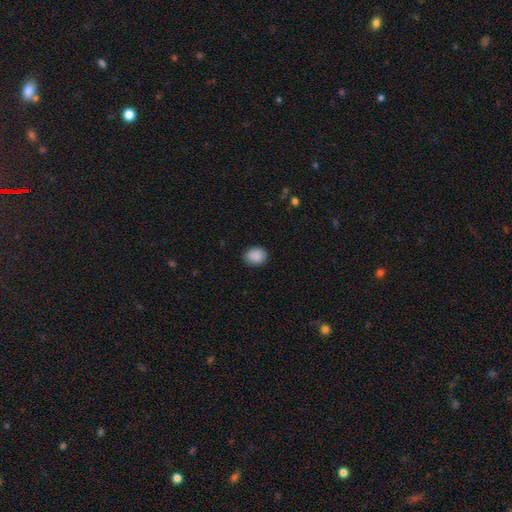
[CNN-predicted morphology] A smooth galaxy with no disk features (89%) that is round (60%). Merging: none (87%).